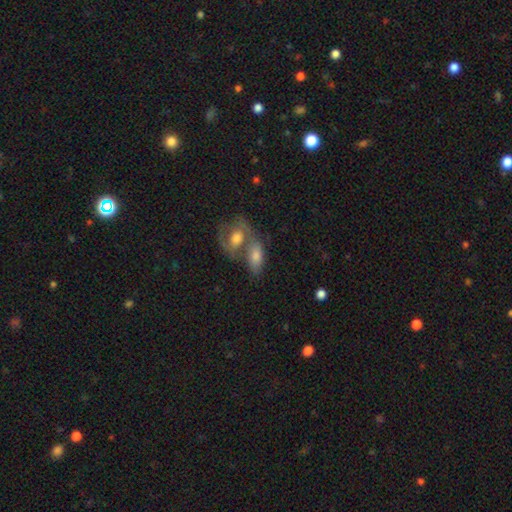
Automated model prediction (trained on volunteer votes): The model was most divided on "merging": merger: 54%, none: 30%, minor disturbance: 11%, major disturbance: 5%. More confident: how rounded — in between (85%); smooth or featured — smooth (67%).